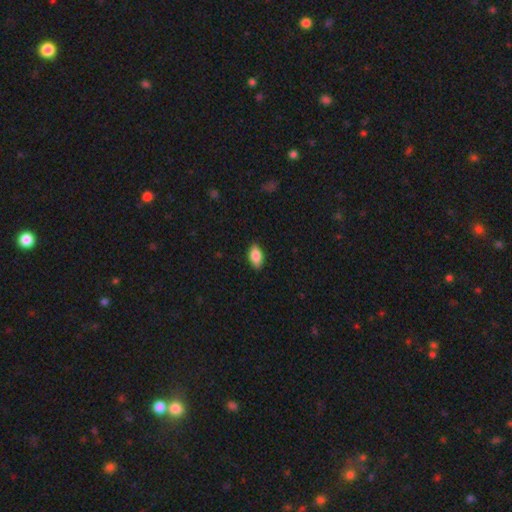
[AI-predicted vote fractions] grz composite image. It shows a smooth galaxy with no disk features (85%) that is in between round and cigar-shaped (91%). Merging: none (87%).